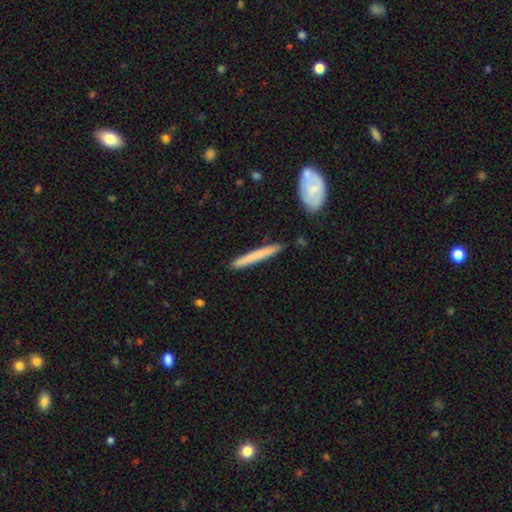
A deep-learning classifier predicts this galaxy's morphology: type=smooth (64%); roundness=cigar-shaped (96%); merging=none (88%).